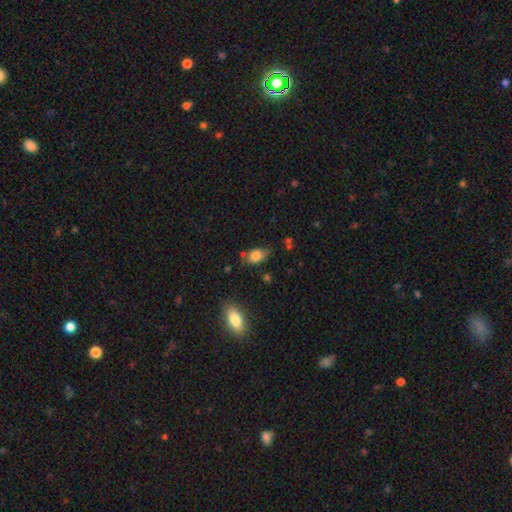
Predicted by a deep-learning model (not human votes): A smooth galaxy with no disk features (80%) that is in between round and cigar-shaped (89%).

Vote fractions:
- Smooth or featured? smooth: 80% / featured or disk: 12% / star or artifact: 8%
- How rounded? in between: 89% / round: 8% / cigar-shaped: 3%
- Merging? none: 67% / minor disturbance: 22% / merger: 6% / major disturbance: 5%